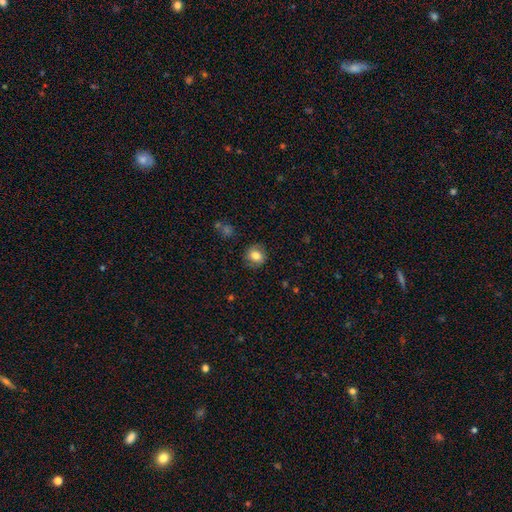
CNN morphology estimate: This is likely a smooth galaxy (79%). How rounded: clearly round (82%). Merging: clearly none (85%).